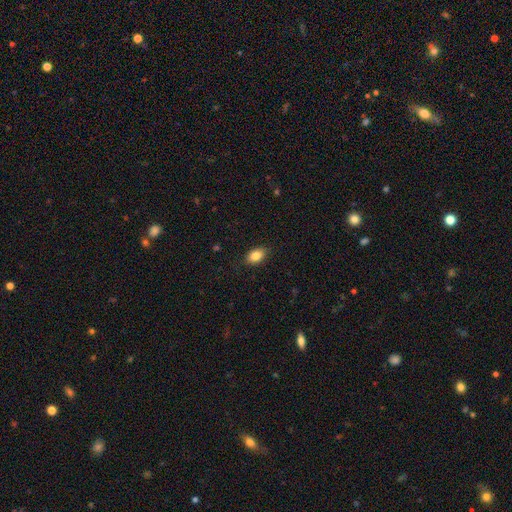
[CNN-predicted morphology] smooth_or_featured: smooth (p=0.85) [alt: star or artifact p=0.08]
how_rounded: in between (p=0.83) [alt: round p=0.16]
merging: none (p=0.86) [alt: minor disturbance p=0.11]